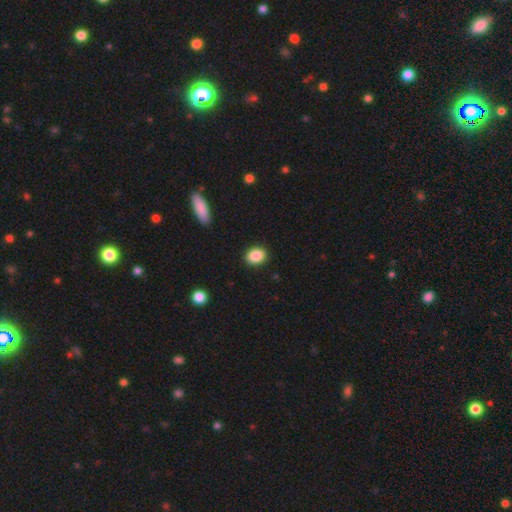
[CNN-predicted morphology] This is clearly a smooth galaxy (88%). How rounded: likely in between (62%). Merging: clearly none (90%).